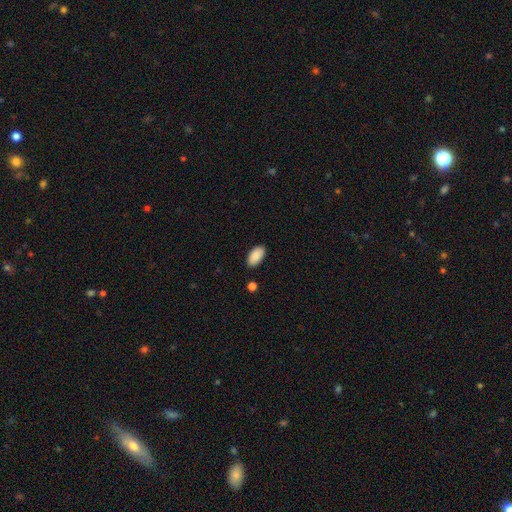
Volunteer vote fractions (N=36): Volunteers were most divided on "merging": none: 79%, minor disturbance: 15%, major disturbance: 3%, merger: 3%. More confident: how rounded — in between (97%); smooth or featured — smooth (86%).